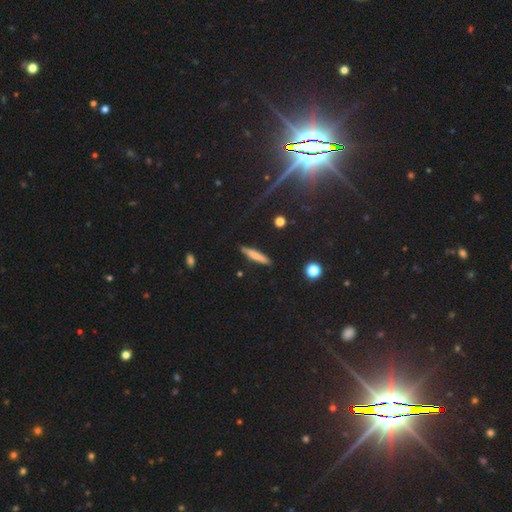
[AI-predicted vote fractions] Smooth or featured: smooth — 72% (featured or disk — 21%)
How rounded: cigar-shaped — 91% (in between — 7%)
Merging: none — 88% (minor disturbance — 9%)